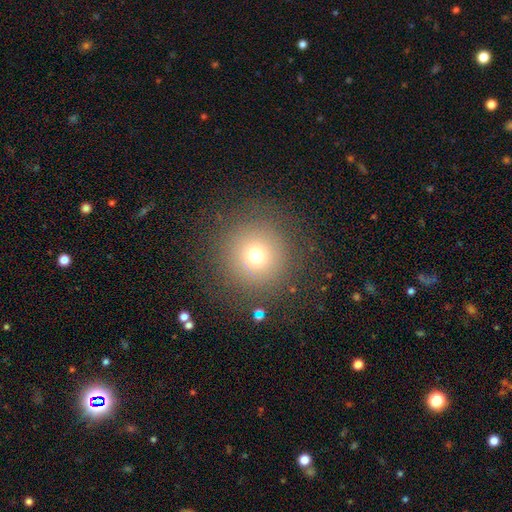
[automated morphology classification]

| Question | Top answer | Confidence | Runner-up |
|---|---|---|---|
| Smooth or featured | smooth | 70% | star or artifact (18%) |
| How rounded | round | 96% | in between (3%) |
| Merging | none | 85% | minor disturbance (8%) |